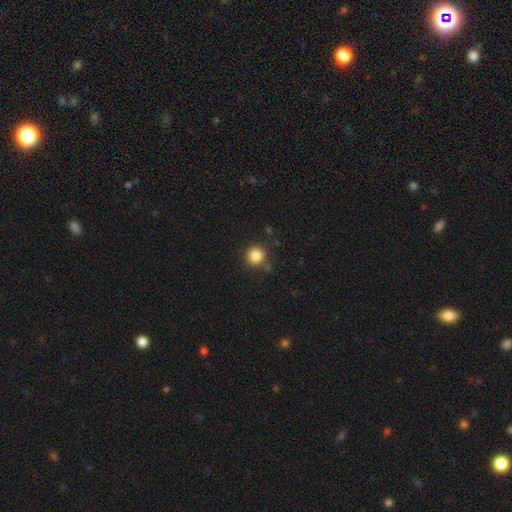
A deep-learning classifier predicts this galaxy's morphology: A smooth galaxy with no disk features (85%) that is round (94%). Merging: none (84%).